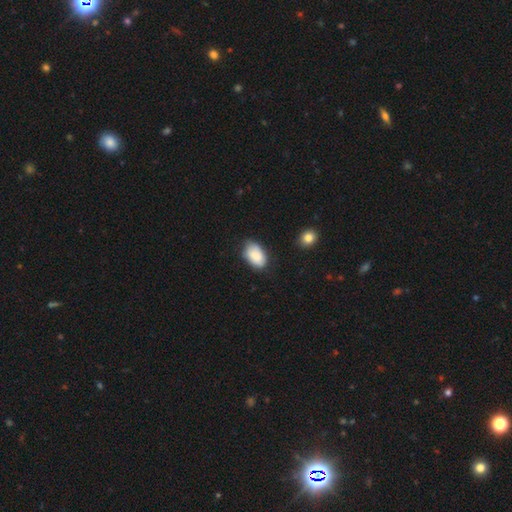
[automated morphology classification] Smooth or featured? smooth (85%)
How rounded? in between (92%)
Merging? none (69%)